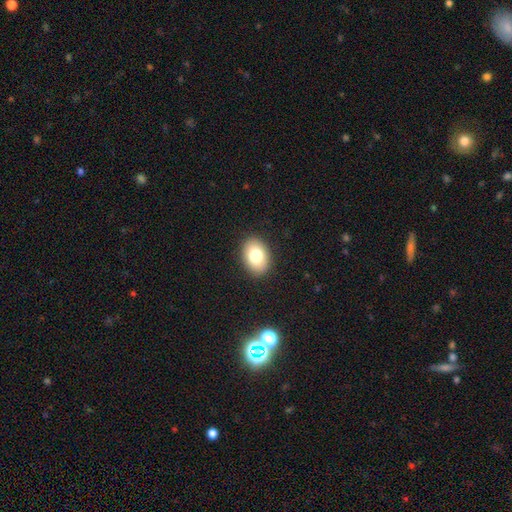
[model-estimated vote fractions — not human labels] smooth 78%, featured or disk 13%, star or artifact 9%. Down the decision tree: how rounded — in between (81%); merging — none (89%).